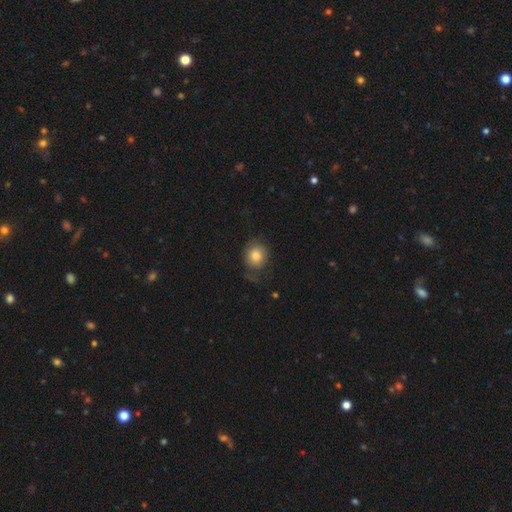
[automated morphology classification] Q: Smooth or featured?
A: smooth (80%); runner-up: featured or disk (11%)
Q: How rounded?
A: round (75%); runner-up: in between (24%)
Q: Merging?
A: none (67%); runner-up: minor disturbance (21%)